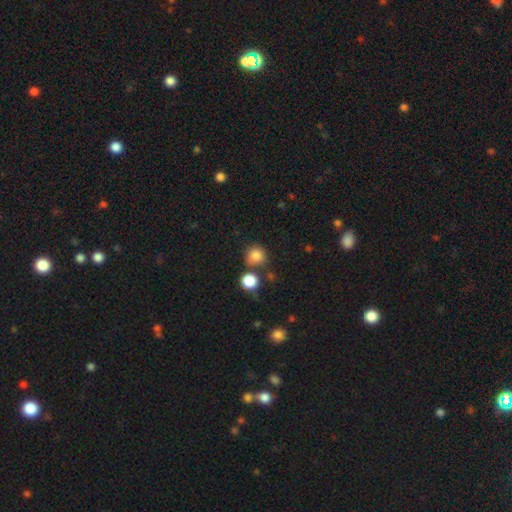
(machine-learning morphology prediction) This is clearly a smooth galaxy (82%). How rounded: clearly round (89%). Merging: likely none (67%).